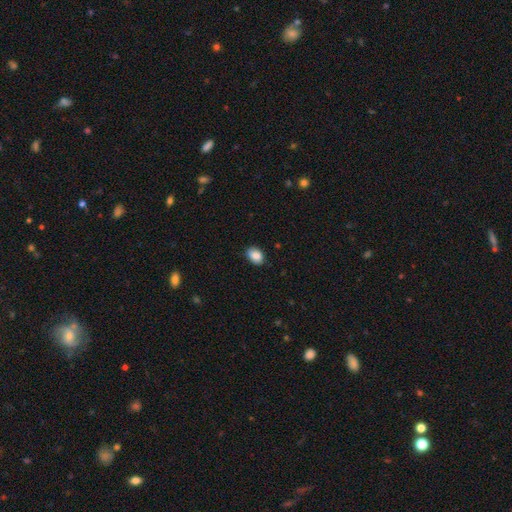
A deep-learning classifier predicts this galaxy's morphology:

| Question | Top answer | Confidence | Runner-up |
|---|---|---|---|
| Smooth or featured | smooth | 88% | star or artifact (8%) |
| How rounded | in between | 79% | round (20%) |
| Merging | none | 84% | minor disturbance (13%) |